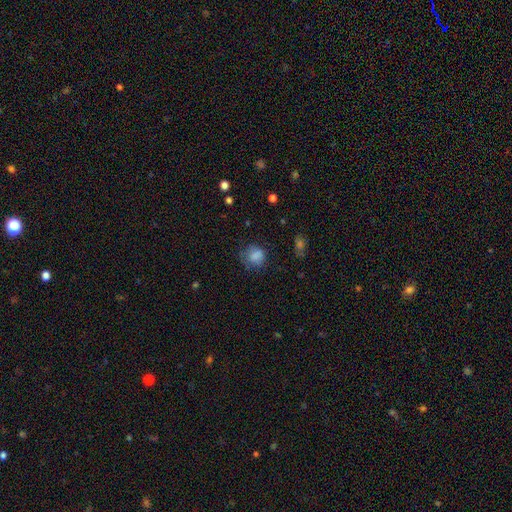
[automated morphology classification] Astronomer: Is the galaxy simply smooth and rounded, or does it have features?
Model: smooth — 79%.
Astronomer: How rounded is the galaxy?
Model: round — 70%.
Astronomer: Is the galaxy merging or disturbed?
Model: none — 56%.